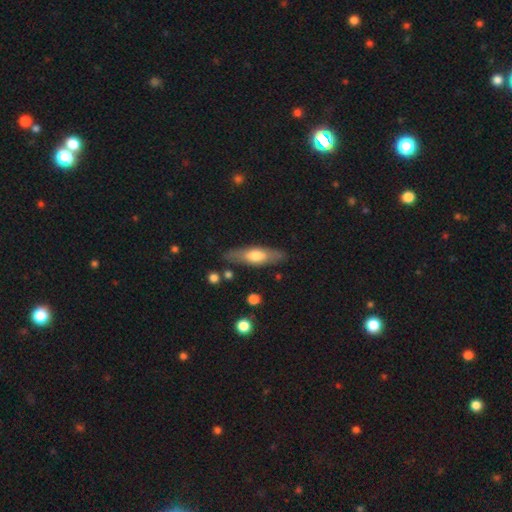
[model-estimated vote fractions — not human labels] Smooth or featured? Predicted: smooth (p=0.52). How rounded? Predicted: cigar-shaped (p=0.57). Merging? Predicted: none (p=0.83).